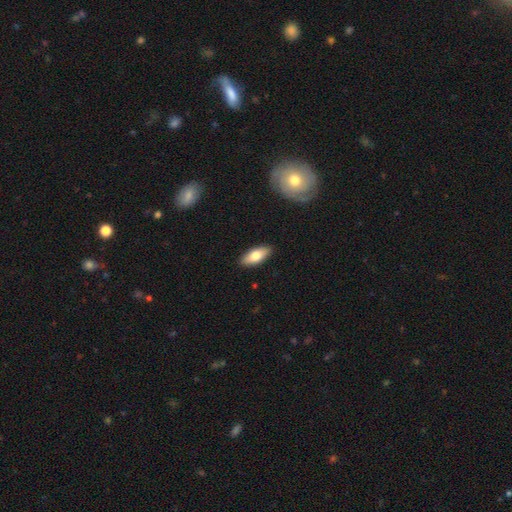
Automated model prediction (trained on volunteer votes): smooth 74%, featured or disk 20%, star or artifact 6%. Down the decision tree: how rounded — in between (82%); merging — none (89%).